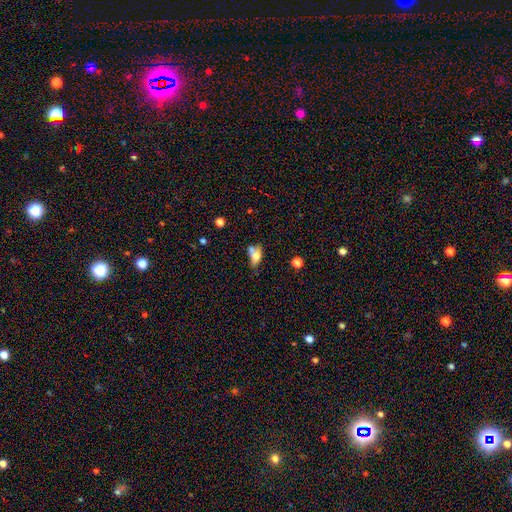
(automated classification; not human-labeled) Q: Smooth or featured?
A: smooth (63%); runner-up: featured or disk (27%)
Q: How rounded?
A: in between (77%); runner-up: round (12%)
Q: Merging?
A: merger (41%); runner-up: none (31%)